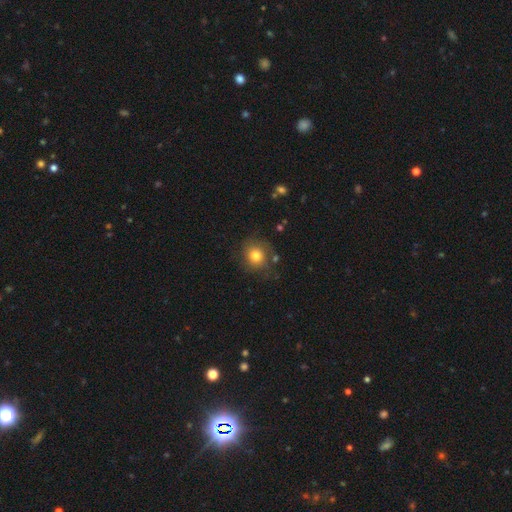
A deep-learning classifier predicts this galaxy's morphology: The model was most divided on "merging": none: 77%, minor disturbance: 15%, major disturbance: 5%, merger: 3%. More confident: how rounded — round (84%); smooth or featured — smooth (79%).